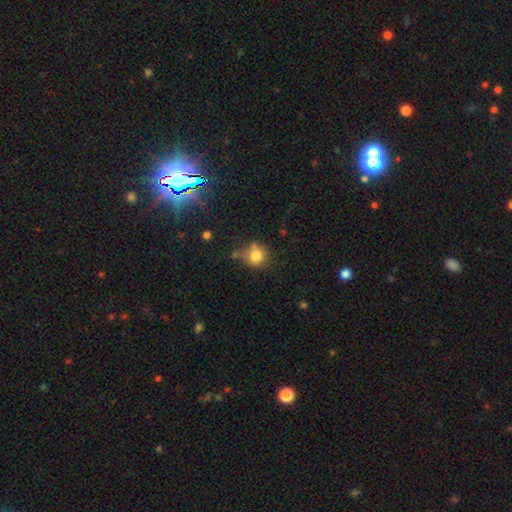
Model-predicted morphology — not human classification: The model was most divided on "merging": none: 59%, minor disturbance: 22%, merger: 12%, major disturbance: 7%. More confident: how rounded — round (83%); smooth or featured — smooth (81%).